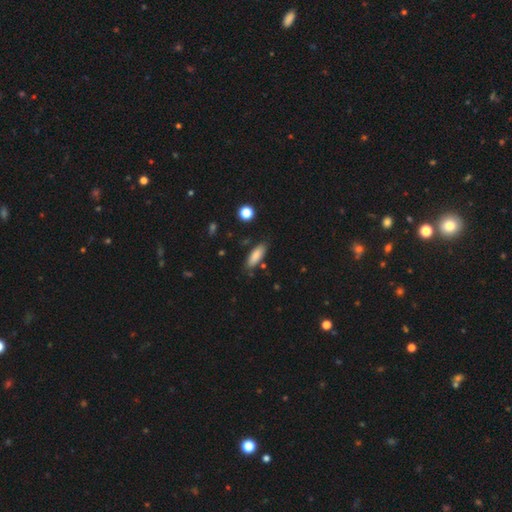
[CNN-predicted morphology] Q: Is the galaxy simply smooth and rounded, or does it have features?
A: smooth — 84%.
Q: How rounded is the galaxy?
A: in between — 63%.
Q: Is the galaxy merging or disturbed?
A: none — 82%.